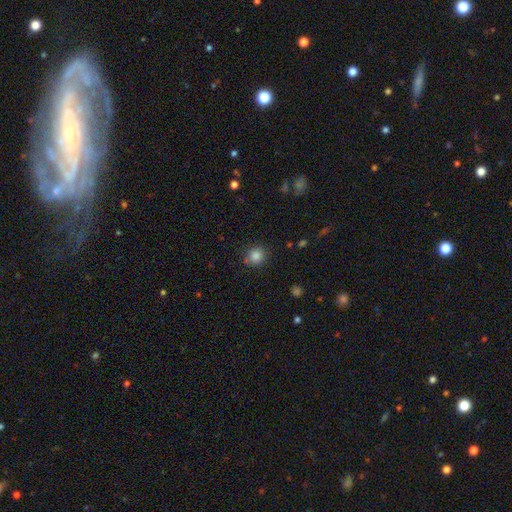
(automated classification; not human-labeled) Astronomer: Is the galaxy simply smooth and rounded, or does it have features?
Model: smooth — 85%.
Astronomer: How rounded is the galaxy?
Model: round — 87%.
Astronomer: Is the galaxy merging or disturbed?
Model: none — 81%.